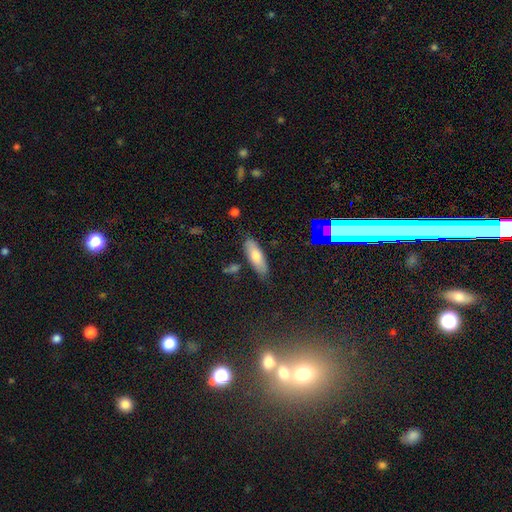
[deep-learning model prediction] This appears to be a smooth galaxy with no disk features (71%) that is in between round and cigar-shaped (58%). Merging: none (79%).